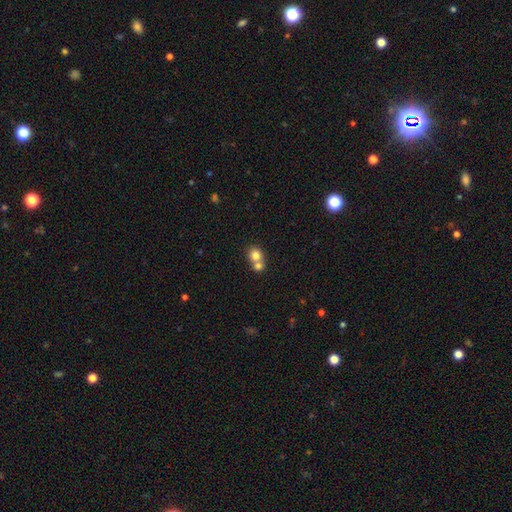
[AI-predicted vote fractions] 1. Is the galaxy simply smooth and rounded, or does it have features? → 78% smooth, 11% featured or disk, 10% star or artifact.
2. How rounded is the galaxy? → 78% round, 21% in between, 1% cigar-shaped.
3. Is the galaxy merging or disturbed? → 58% merger, 35% none, 5% minor disturbance, 2% major disturbance.